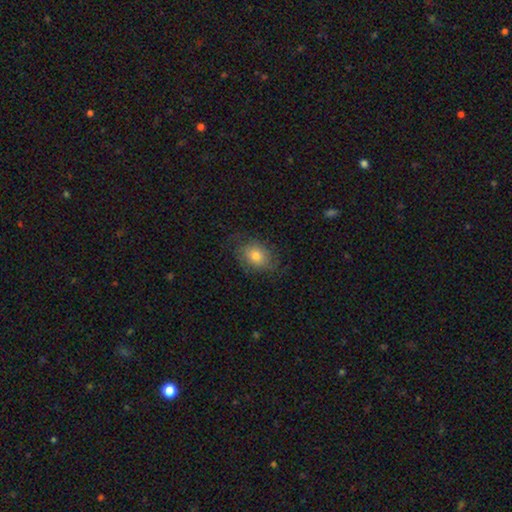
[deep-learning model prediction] This appears to be a smooth galaxy with no disk features (66%) that is in between round and cigar-shaped (66%). Merging: none (69%).